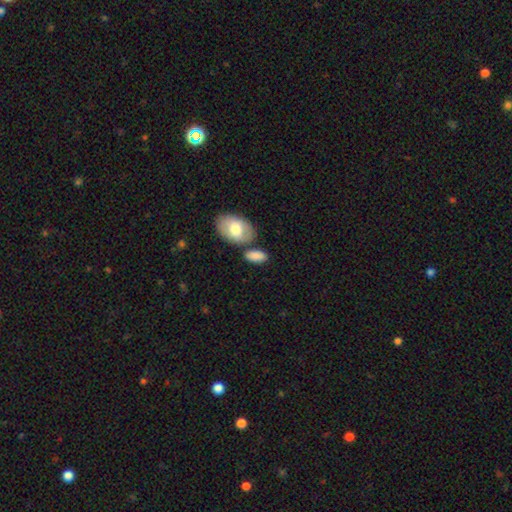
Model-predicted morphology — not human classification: Smooth or featured: smooth — 82% (featured or disk — 11%)
How rounded: in between — 91% (round — 5%)
Merging: none — 60% (merger — 18%)